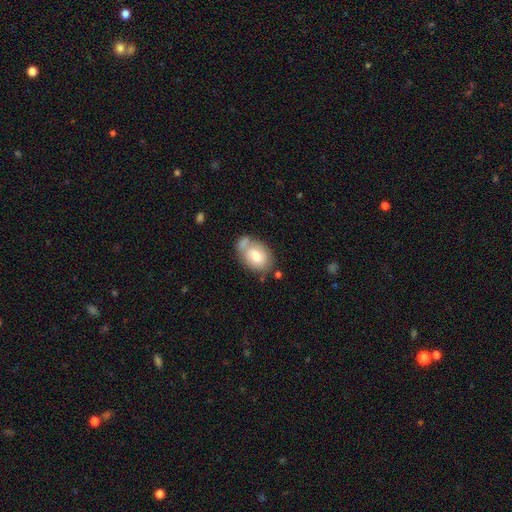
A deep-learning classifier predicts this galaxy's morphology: Overall: smooth (69%). How rounded: in between (78%). Merging: none (46%; merger 28%).